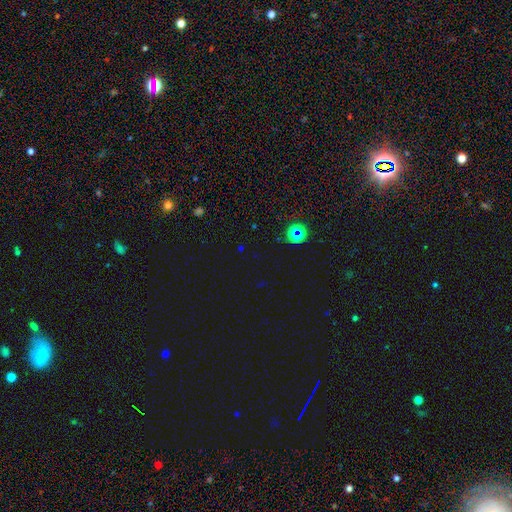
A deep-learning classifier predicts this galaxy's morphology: A star or artifact, not a galaxy (72%).

Vote fractions:
- Smooth or featured? star or artifact: 72% / smooth: 21% / featured or disk: 7%